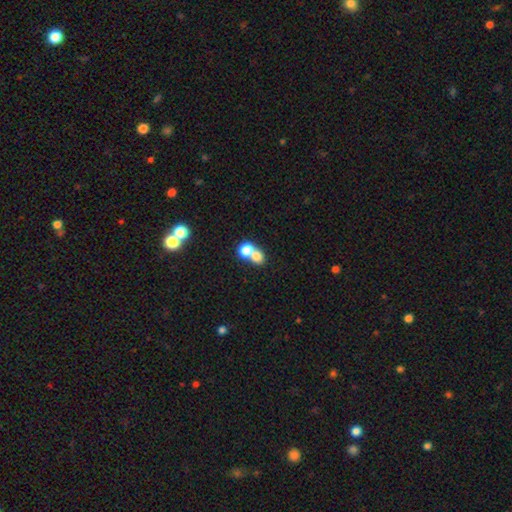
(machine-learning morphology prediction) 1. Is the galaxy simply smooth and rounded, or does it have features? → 75% smooth, 14% featured or disk, 11% star or artifact.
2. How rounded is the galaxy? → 66% round, 33% in between, 1% cigar-shaped.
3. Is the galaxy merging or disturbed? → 66% merger, 27% none, 5% minor disturbance, 3% major disturbance.